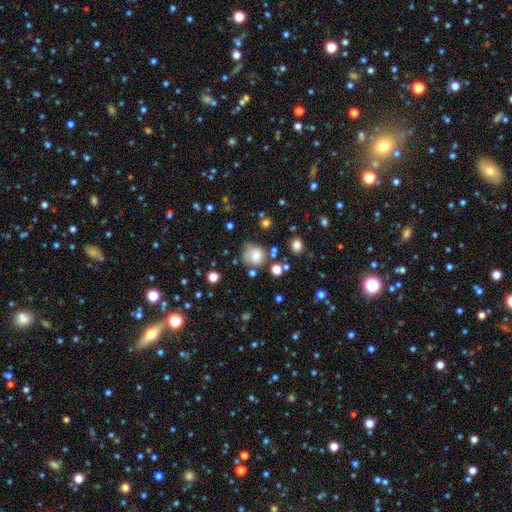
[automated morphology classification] Q: Smooth or featured?
A: smooth (58%); runner-up: featured or disk (29%)
Q: How rounded?
A: round (80%); runner-up: in between (19%)
Q: Merging?
A: none (58%); runner-up: minor disturbance (24%)